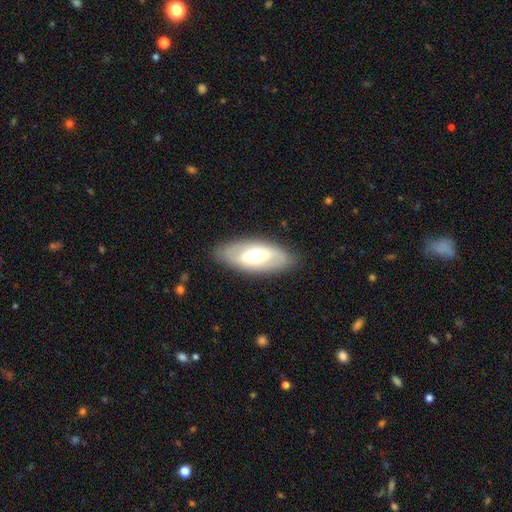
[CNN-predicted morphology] Q: Smooth or featured?
A: smooth (49%); runner-up: featured or disk (45%)
Q: Merging?
A: none (84%); runner-up: minor disturbance (11%)